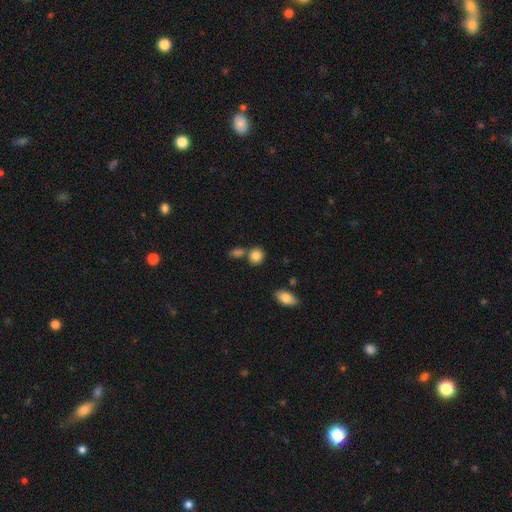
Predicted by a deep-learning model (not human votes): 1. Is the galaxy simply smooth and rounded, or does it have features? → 85% smooth, 9% star or artifact, 6% featured or disk.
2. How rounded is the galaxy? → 71% round, 27% in between, 1% cigar-shaped.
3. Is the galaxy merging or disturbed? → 67% none, 19% merger, 11% minor disturbance, 3% major disturbance.